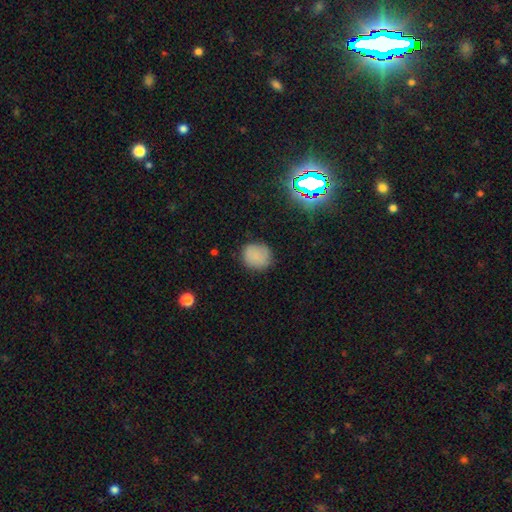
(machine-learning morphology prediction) smooth 81%, star or artifact 13%, featured or disk 6%. Down the decision tree: how rounded — round (84%); merging — none (81%).